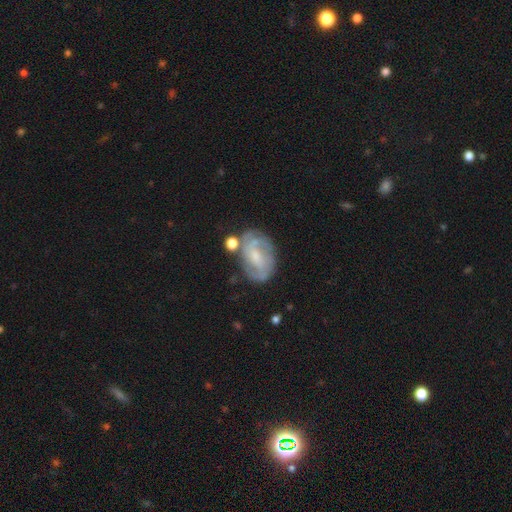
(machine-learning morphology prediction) The model was most divided on "bar": weak: 46%, no: 42%, strong: 12%. Remaining: edge-on disk — no (96%); spiral arms — yes (81%); smooth or featured — featured or disk (71%); merging — none (63%); spiral arm count — 2 (52%); bulge size — small (48%); spiral winding — tight (46%).